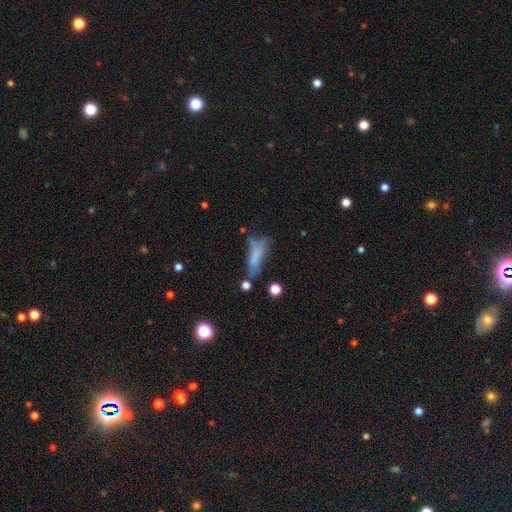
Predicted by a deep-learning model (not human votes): smooth 67%, featured or disk 21%, star or artifact 12%. Down the decision tree: how rounded — in between (50%); merging — none (41%).